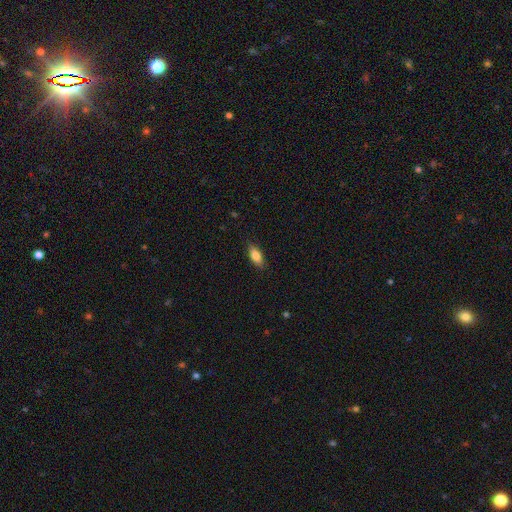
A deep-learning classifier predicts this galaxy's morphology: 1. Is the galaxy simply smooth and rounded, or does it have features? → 83% smooth, 10% featured or disk, 7% star or artifact.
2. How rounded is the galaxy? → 82% in between, 15% cigar-shaped, 3% round.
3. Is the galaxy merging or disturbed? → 86% none, 11% minor disturbance, 2% major disturbance, 1% merger.